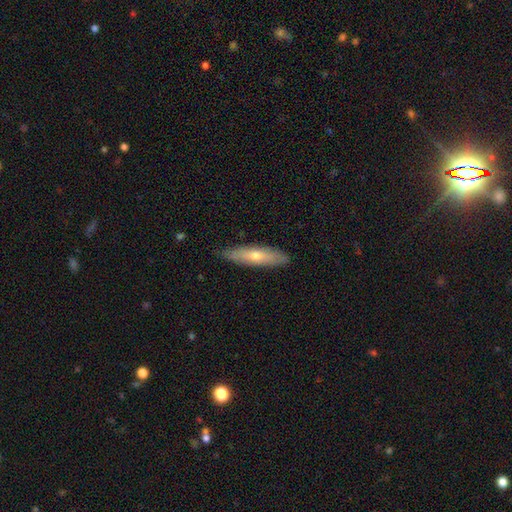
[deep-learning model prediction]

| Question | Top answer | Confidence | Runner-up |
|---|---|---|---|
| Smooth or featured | smooth | 54% | featured or disk (40%) |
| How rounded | cigar-shaped | 69% | in between (29%) |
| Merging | none | 84% | minor disturbance (13%) |